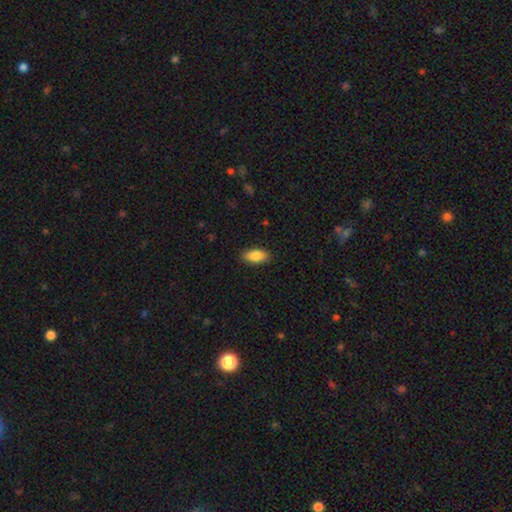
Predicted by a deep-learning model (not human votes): Q: Smooth or featured?
A: smooth (88%); runner-up: star or artifact (7%)
Q: How rounded?
A: in between (90%); runner-up: cigar-shaped (7%)
Q: Merging?
A: none (88%); runner-up: minor disturbance (9%)